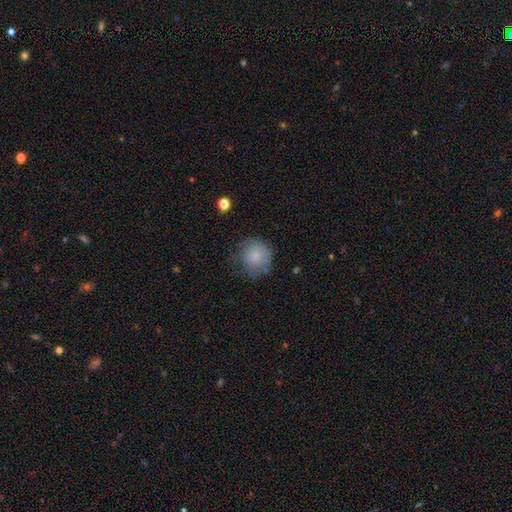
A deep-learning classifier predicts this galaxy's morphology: type=smooth (78%); roundness=round (86%); merging=none (59%).